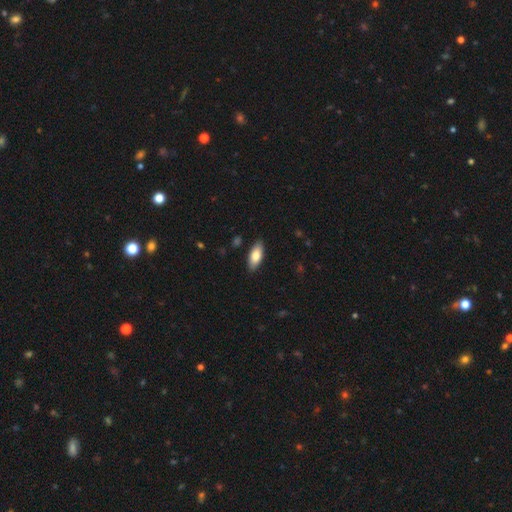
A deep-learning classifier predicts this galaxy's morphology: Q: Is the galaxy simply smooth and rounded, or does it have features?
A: smooth — 80%.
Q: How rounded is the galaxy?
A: in between — 85%.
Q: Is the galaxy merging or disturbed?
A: none — 88%.